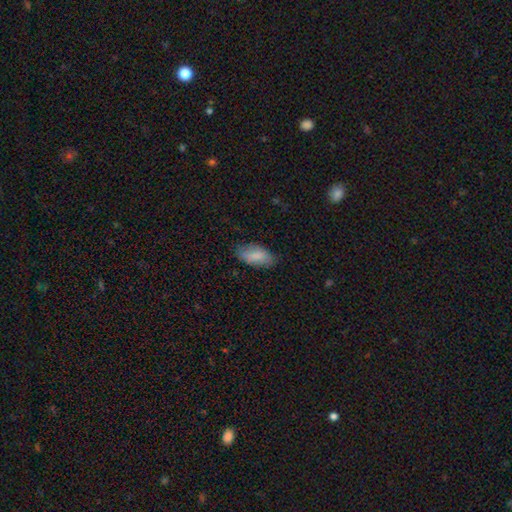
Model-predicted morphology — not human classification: smooth 83%, featured or disk 11%, star or artifact 6%. Down the decision tree: how rounded — in between (91%); merging — none (77%).